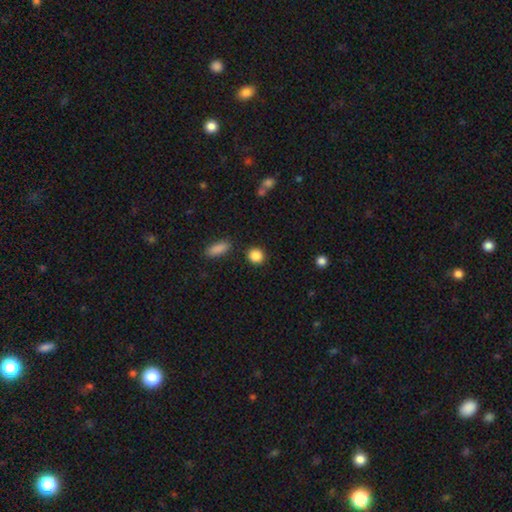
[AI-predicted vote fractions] This is clearly a smooth galaxy (87%). How rounded: clearly round (83%). Merging: clearly none (88%).